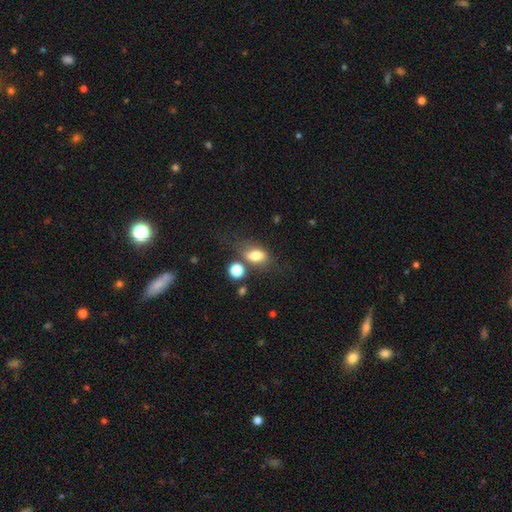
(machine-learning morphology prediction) Smooth or featured? smooth (75%)
How rounded? in between (80%)
Merging? none (53%)